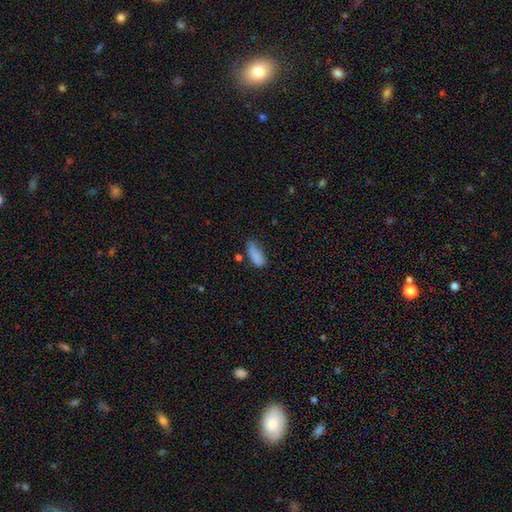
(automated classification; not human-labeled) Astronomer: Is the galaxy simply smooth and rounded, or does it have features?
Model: smooth — 85%.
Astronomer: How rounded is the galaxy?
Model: in between — 70%.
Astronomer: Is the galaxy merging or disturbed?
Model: none — 57%.